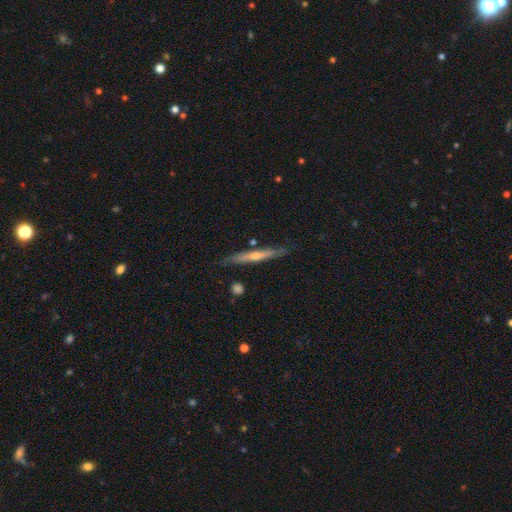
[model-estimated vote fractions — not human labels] Smooth or featured? Predicted: featured or disk (p=0.59). Edge-on disk? Predicted: yes (p=0.94). Edge-on bulge? Predicted: rounded (p=0.58). Merging? Predicted: none (p=0.84).